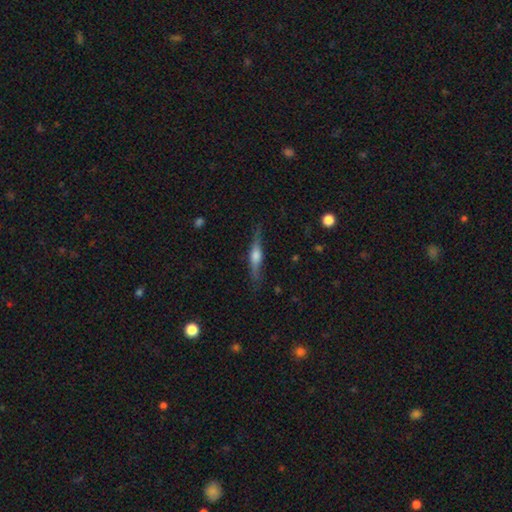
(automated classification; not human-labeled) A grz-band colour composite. It shows a featured or disk galaxy (67%) viewed edge-on (97%) with a rounded central bulge (84%). Merging: none (85%).